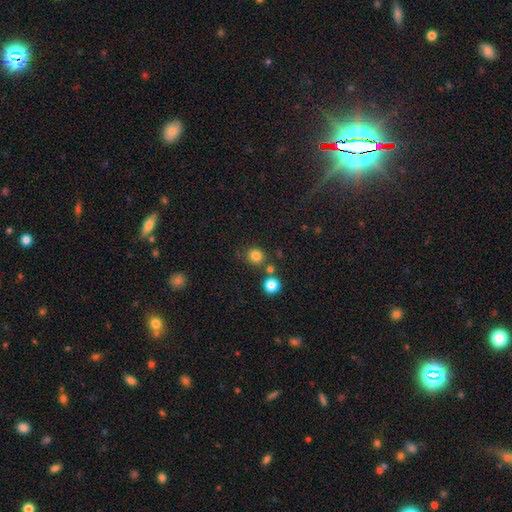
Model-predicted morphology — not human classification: Smooth or featured? Predicted: smooth (p=0.82). How rounded? Predicted: round (p=0.87). Merging? Predicted: none (p=0.76).